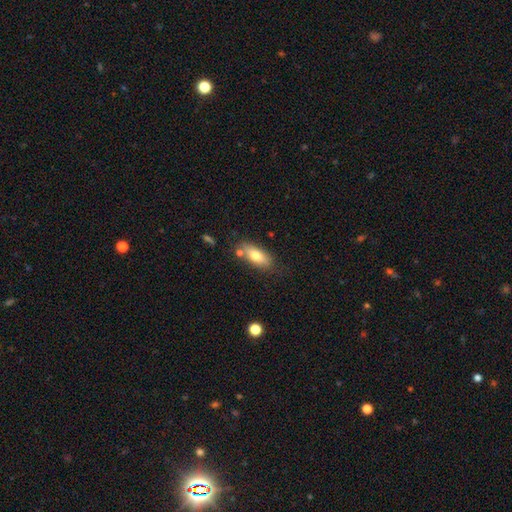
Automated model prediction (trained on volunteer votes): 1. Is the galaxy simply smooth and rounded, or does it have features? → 75% smooth, 18% featured or disk, 7% star or artifact.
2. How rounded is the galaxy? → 79% in between, 18% cigar-shaped, 3% round.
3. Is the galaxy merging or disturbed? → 69% none, 18% minor disturbance, 9% merger, 4% major disturbance.